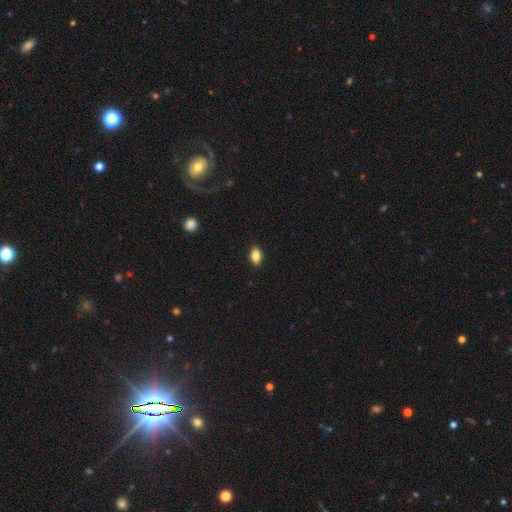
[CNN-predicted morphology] This appears to be a smooth galaxy with no disk features (85%) that is in between round and cigar-shaped (87%). Merging: none (88%).